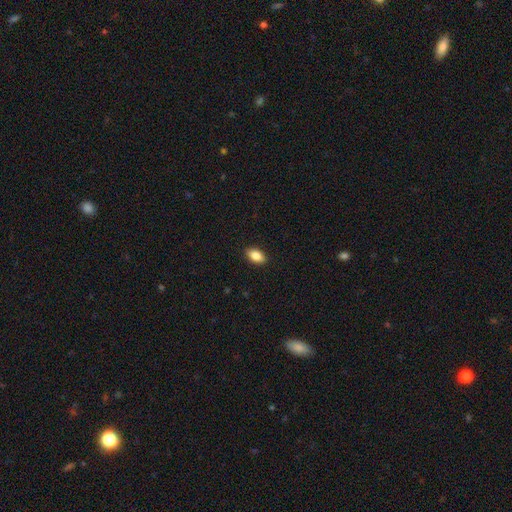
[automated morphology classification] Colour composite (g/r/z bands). It shows a smooth galaxy with no disk features (86%) that is in between round and cigar-shaped (90%). Merging: none (90%).